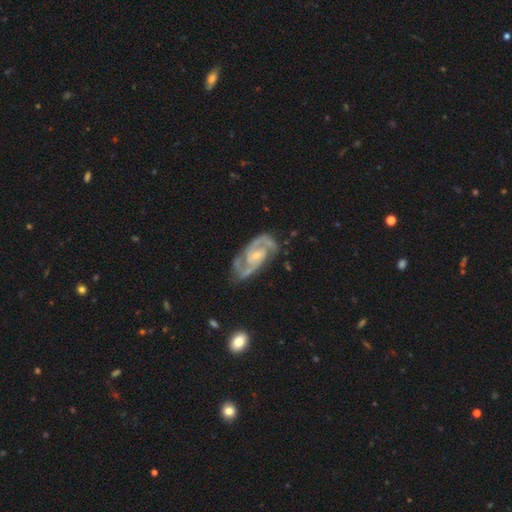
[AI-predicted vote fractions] This appears to be a featured or disk galaxy (92%) with no bar (48%), 2 (87%) medium (56%) spiral arms (98%) and a small central bulge (65%). Merging: none (71%).